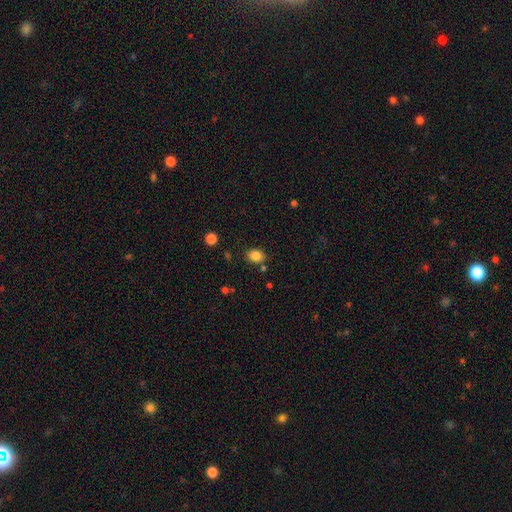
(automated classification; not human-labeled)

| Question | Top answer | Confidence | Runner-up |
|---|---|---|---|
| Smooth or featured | smooth | 85% | star or artifact (10%) |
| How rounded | in between | 63% | round (36%) |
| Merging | none | 80% | minor disturbance (12%) |